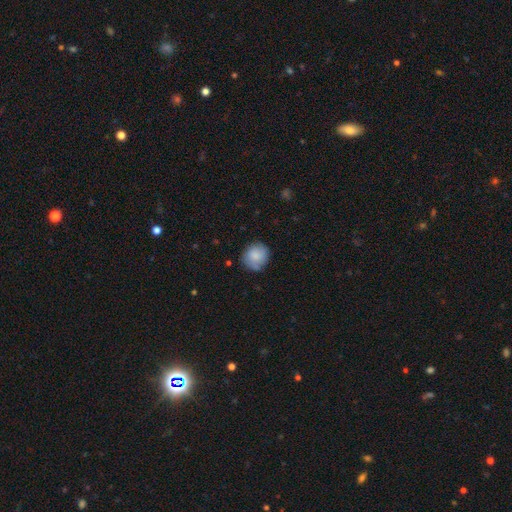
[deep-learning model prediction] smooth 79%, featured or disk 13%, star or artifact 7%. Down the decision tree: how rounded — round (85%); merging — none (77%).